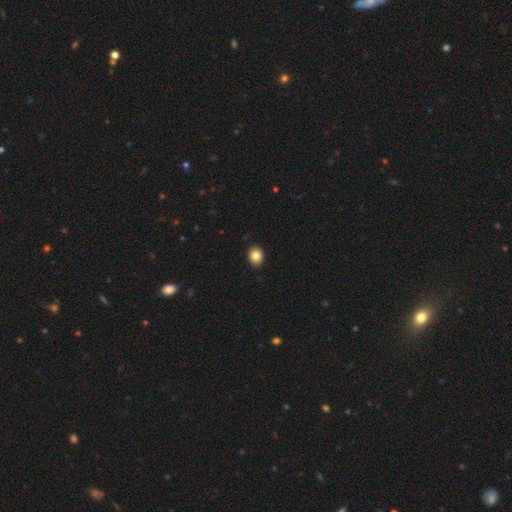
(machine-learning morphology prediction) Overall: smooth (85%). How rounded: round (56%; in between 44%). Merging: none (91%).